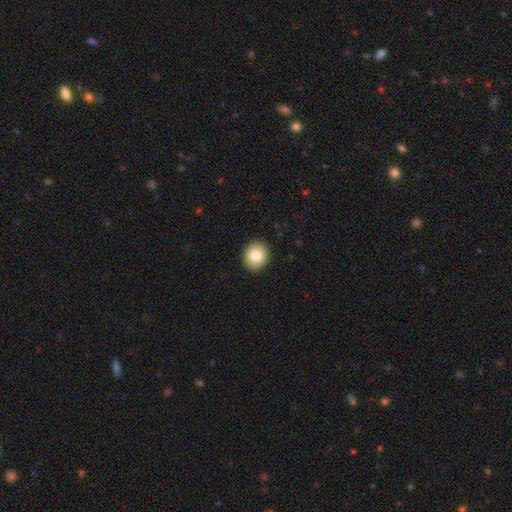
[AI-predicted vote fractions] smooth-or-featured: smooth: 79% | featured or disk: 13% | star or artifact: 8%
  how-rounded: round: 75% | in between: 24% | cigar-shaped: 1%
  merging: none: 91% | minor disturbance: 6% | major disturbance: 2% | merger: 1%